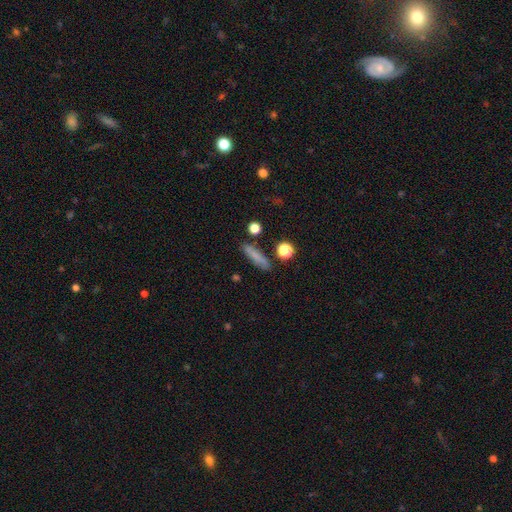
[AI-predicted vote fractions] Smooth or featured: smooth — 77% (featured or disk — 14%)
How rounded: cigar-shaped — 75% (in between — 20%)
Merging: none — 82% (minor disturbance — 11%)